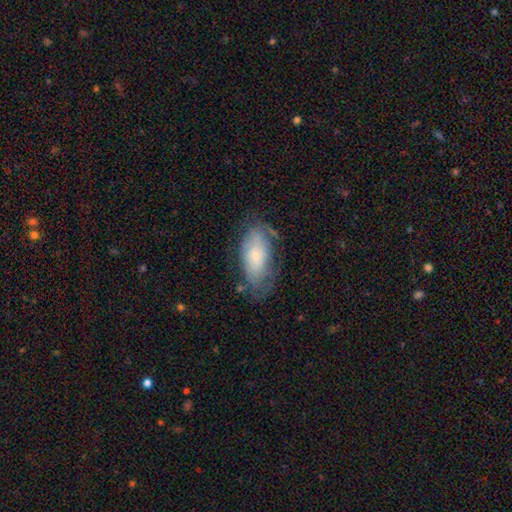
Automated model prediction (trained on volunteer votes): This is possibly a smooth galaxy (59%). How rounded: clearly in between (91%). Merging: possibly none (52%).